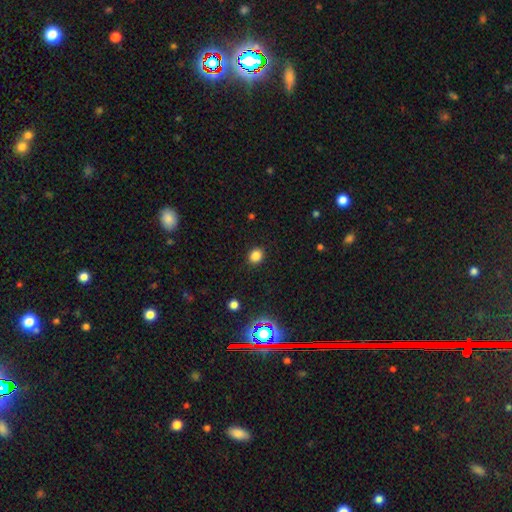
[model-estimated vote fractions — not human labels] Smooth or featured?
  - smooth: 82% *
  - star or artifact: 14%
  - featured or disk: 4%
How rounded?
  - round: 67% *
  - in between: 32%
  - cigar-shaped: 1%
Merging?
  - none: 90% *
  - minor disturbance: 6%
  - major disturbance: 2%
  - merger: 1%